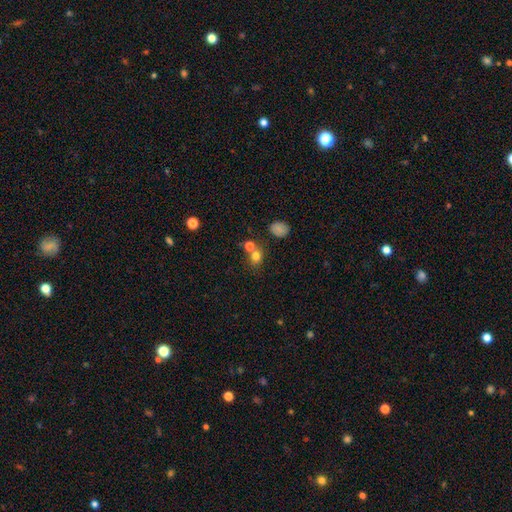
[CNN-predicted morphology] This appears to be a smooth galaxy with no disk features (76%) that is round (69%). Merging: none (53%).